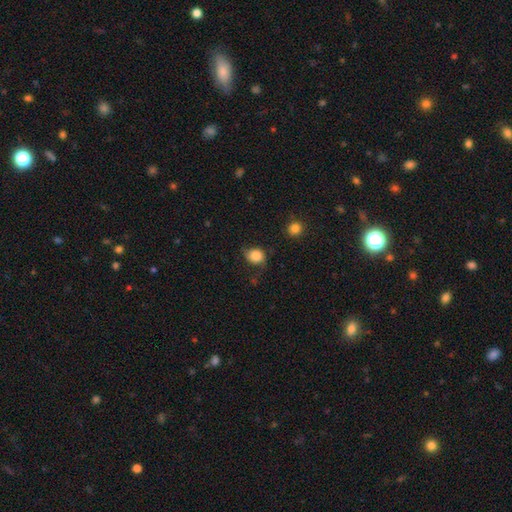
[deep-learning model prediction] A smooth galaxy with no disk features (77%) that is round (64%).

Vote fractions:
- Smooth or featured? smooth: 77% / featured or disk: 15% / star or artifact: 9%
- How rounded? round: 64% / in between: 35% / cigar-shaped: 1%
- Merging? none: 54% / minor disturbance: 30% / major disturbance: 13% / merger: 2%